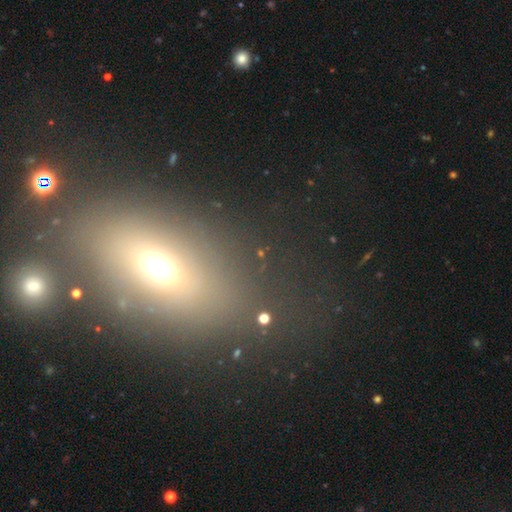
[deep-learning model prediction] A smooth galaxy with no disk features (54%) that is in between round and cigar-shaped (73%). Merging: none (72%).